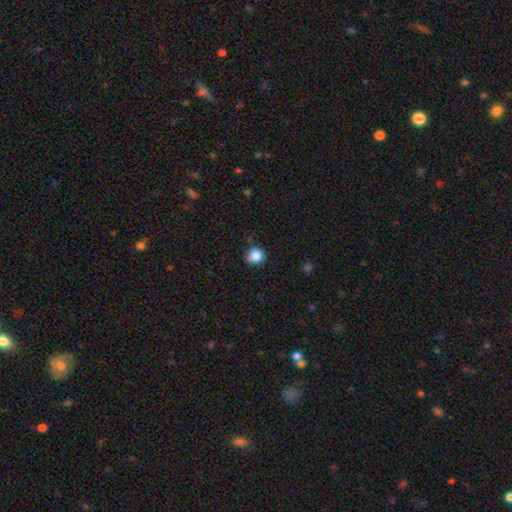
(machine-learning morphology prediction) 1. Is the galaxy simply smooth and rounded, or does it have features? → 85% smooth, 10% star or artifact, 4% featured or disk.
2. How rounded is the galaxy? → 83% round, 17% in between, 1% cigar-shaped.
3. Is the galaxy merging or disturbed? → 70% none, 23% minor disturbance, 4% major disturbance, 3% merger.